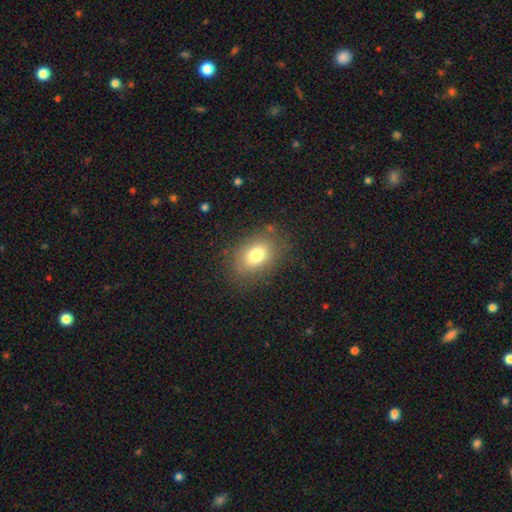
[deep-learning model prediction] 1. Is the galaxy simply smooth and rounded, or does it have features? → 77% smooth, 13% featured or disk, 10% star or artifact.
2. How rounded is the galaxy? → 79% in between, 20% round, 1% cigar-shaped.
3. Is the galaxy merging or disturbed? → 82% none, 12% minor disturbance, 4% major disturbance, 2% merger.